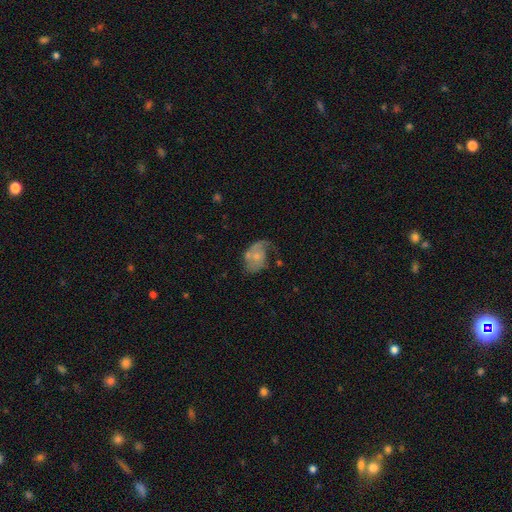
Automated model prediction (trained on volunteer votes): A featured or disk galaxy (66%) with no bar (75%), 1 (52%) loose (39%) spiral arms (82%) and a small central bulge (50%).

Vote fractions:
- Smooth or featured? featured or disk: 66% / smooth: 27% / star or artifact: 7%
- Edge-on disk? no: 97% / yes: 3%
- Bar? no: 75% / weak: 22% / strong: 3%
- Spiral arms? yes: 82% / no: 18%
- Spiral winding? loose: 39% / medium: 38% / tight: 23%
- Spiral arm count? 1: 52% / 2: 35% / can't tell: 10% / 3: 2% / 4: 1% / more than 4: 1%
- Bulge size? small: 50% / moderate: 33% / none: 12% / large: 4% / dominant: 2%
- Merging? none: 36% / major disturbance: 32% / minor disturbance: 25% / merger: 7%